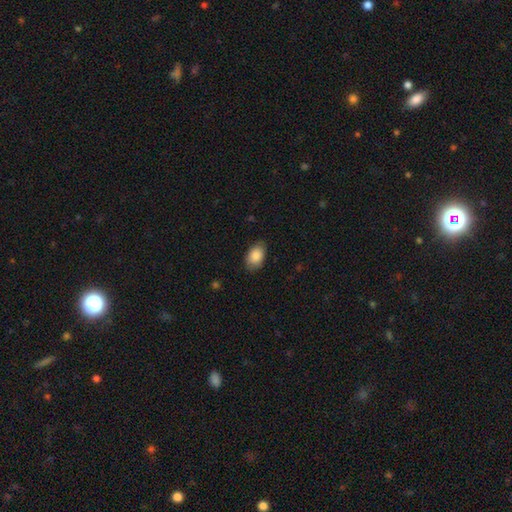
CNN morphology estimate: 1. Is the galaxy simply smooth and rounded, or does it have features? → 88% smooth, 7% star or artifact, 5% featured or disk.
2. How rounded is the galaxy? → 91% in between, 7% round, 1% cigar-shaped.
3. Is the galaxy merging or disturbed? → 81% none, 15% minor disturbance, 3% major disturbance, 1% merger.